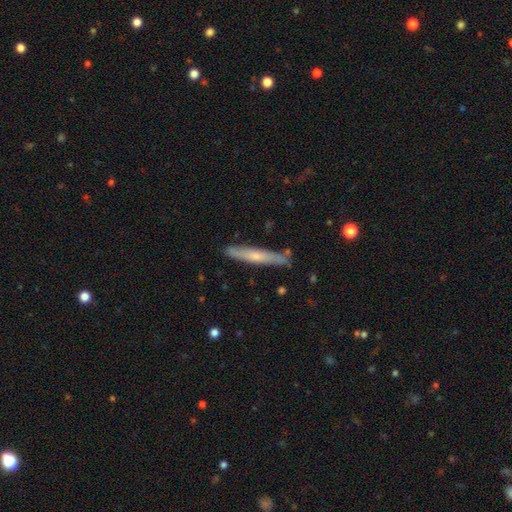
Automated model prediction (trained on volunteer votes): A smooth galaxy with no disk features (51%) that is cigar-shaped (95%).

Vote fractions:
- Smooth or featured? smooth: 51% / featured or disk: 44% / star or artifact: 6%
- How rounded? cigar-shaped: 95% / in between: 4% / round: 1%
- Merging? none: 85% / minor disturbance: 11% / merger: 2% / major disturbance: 2%